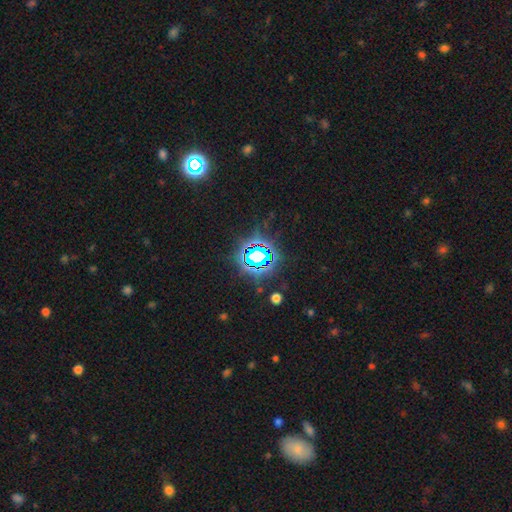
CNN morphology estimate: This is likely a star or artifact rather than a galaxy (76%).